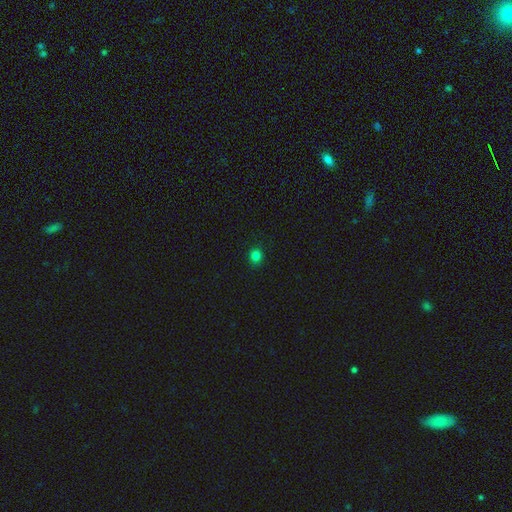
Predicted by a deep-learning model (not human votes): Smooth or featured: smooth — 80% (star or artifact — 16%)
How rounded: round — 79% (in between — 20%)
Merging: none — 89% (minor disturbance — 8%)